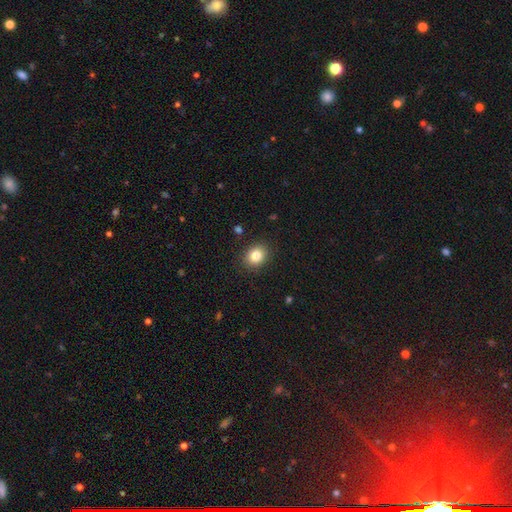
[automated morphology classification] type=smooth (84%); roundness=round (54%); merging=none (89%).